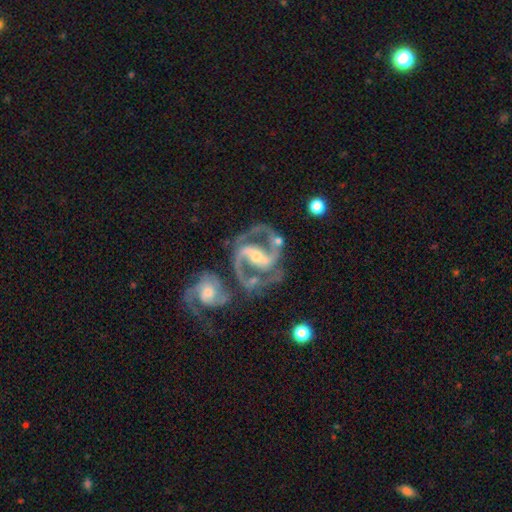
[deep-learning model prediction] This is clearly a featured or disk galaxy (89%). It is clearly not viewed edge-on (97%). Bar: possibly strong (46%). Spiral arm pattern: clearly yes (96%). Spiral arm count: clearly 2 (82%). Spiral winding: possibly medium (55%). Central bulge: possibly moderate (50%). Merging: possibly merger (46%).